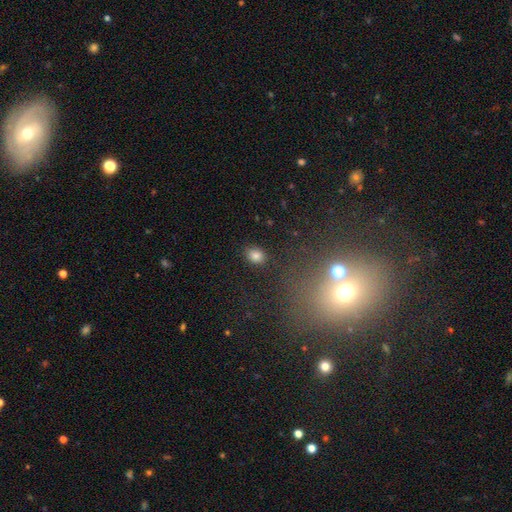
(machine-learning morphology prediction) The model was most divided on "how rounded": in between: 50%, round: 49%, cigar-shaped: 1%. More confident: merging — none (85%); smooth or featured — smooth (81%).